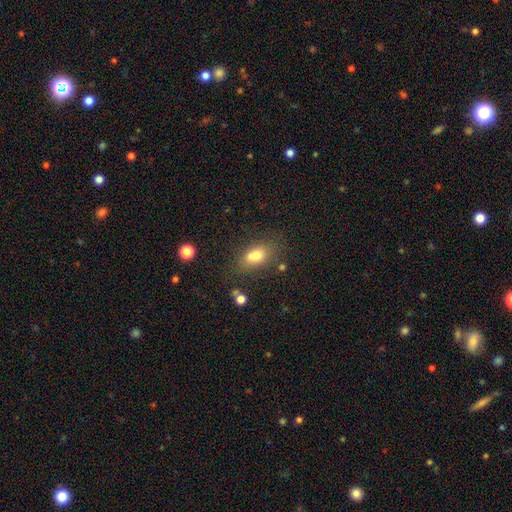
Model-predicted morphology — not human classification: Overall: smooth (70%). How rounded: in between (74%). Merging: none (49%; merger 28%).